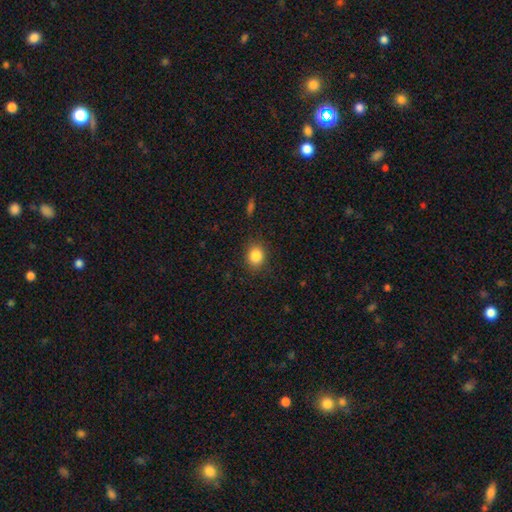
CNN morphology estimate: Q: Smooth or featured?
A: smooth (85%); runner-up: star or artifact (10%)
Q: How rounded?
A: round (67%); runner-up: in between (32%)
Q: Merging?
A: none (86%); runner-up: minor disturbance (10%)